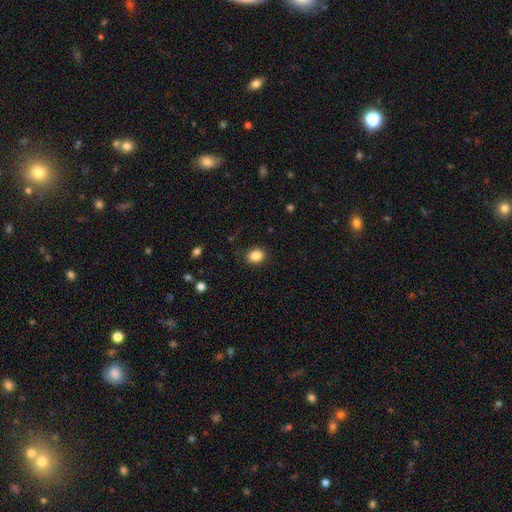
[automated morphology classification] This is clearly a smooth galaxy (86%). How rounded: possibly round (55%). Merging: clearly none (88%).